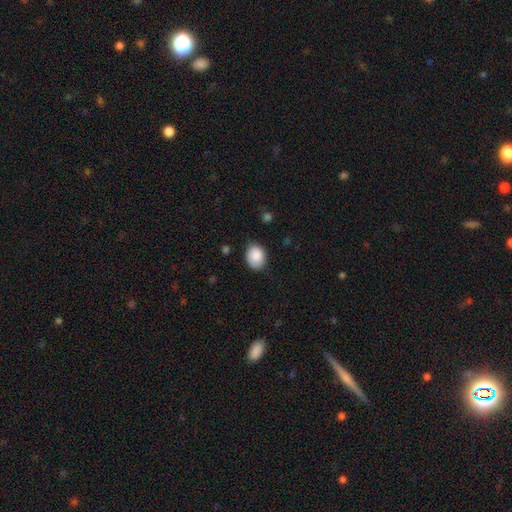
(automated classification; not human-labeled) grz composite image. It shows a smooth galaxy with no disk features (88%) that is in between round and cigar-shaped (58%). Merging: none (78%).